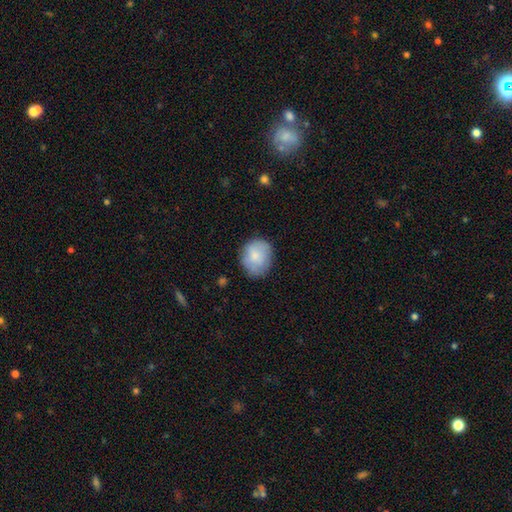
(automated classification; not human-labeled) Smooth or featured? smooth (80%)
How rounded? round (70%)
Merging? none (75%)